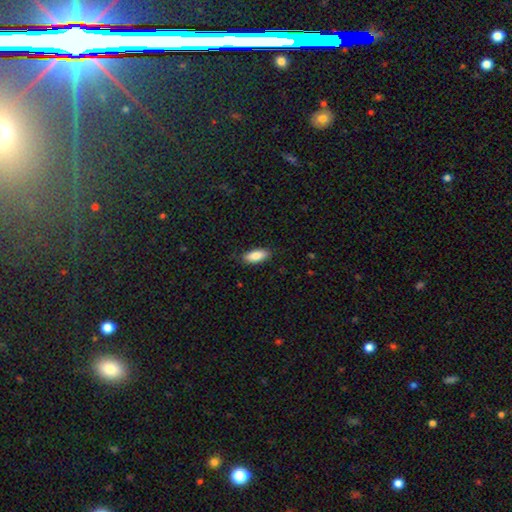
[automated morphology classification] smooth 87%, featured or disk 7%, star or artifact 6%. Down the decision tree: how rounded — in between (81%); merging — none (86%).